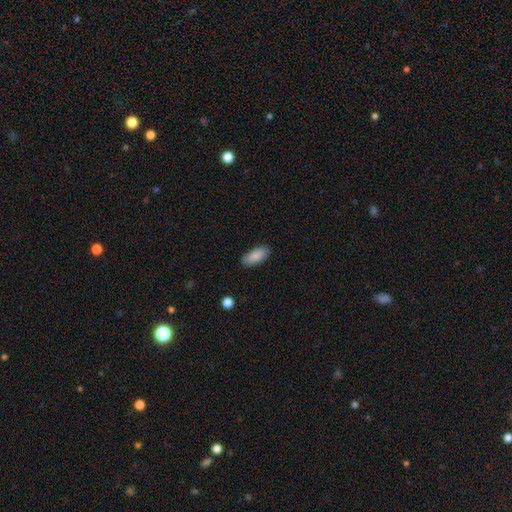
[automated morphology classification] Smooth or featured? smooth (88%)
How rounded? in between (87%)
Merging? none (87%)